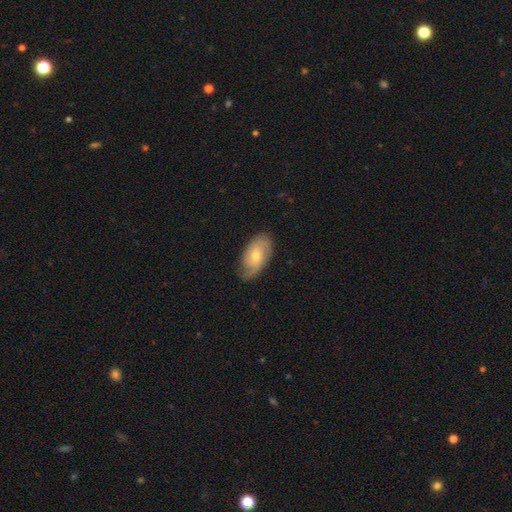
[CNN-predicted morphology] type=featured or disk (52%); edge-on=no (92%); merging=none (68%).